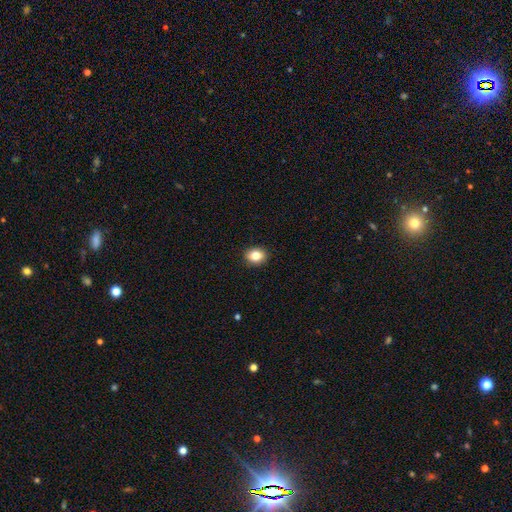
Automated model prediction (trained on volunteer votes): Q: Smooth or featured?
A: smooth (83%); runner-up: star or artifact (9%)
Q: How rounded?
A: round (54%); runner-up: in between (45%)
Q: Merging?
A: none (91%); runner-up: minor disturbance (7%)